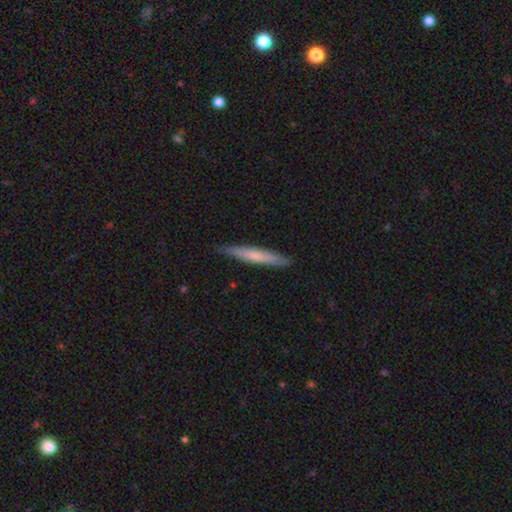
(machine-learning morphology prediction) Overall: smooth (60%; featured or disk 35%). How rounded: cigar-shaped (95%). Merging: none (87%).